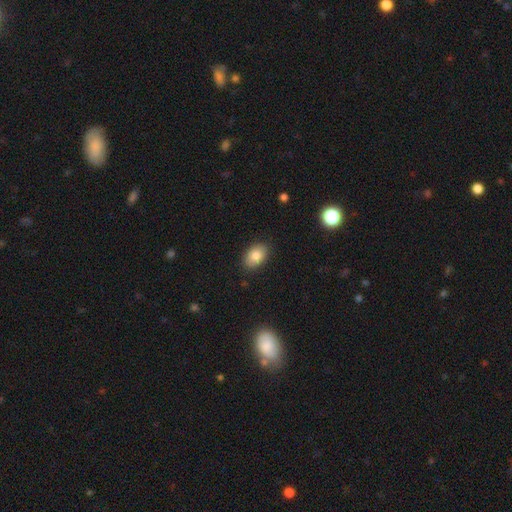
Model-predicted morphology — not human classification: Smooth or featured?
  - smooth: 82% *
  - featured or disk: 9%
  - star or artifact: 8%
How rounded?
  - in between: 86% *
  - round: 13%
  - cigar-shaped: 1%
Merging?
  - none: 87% *
  - minor disturbance: 10%
  - major disturbance: 2%
  - merger: 1%